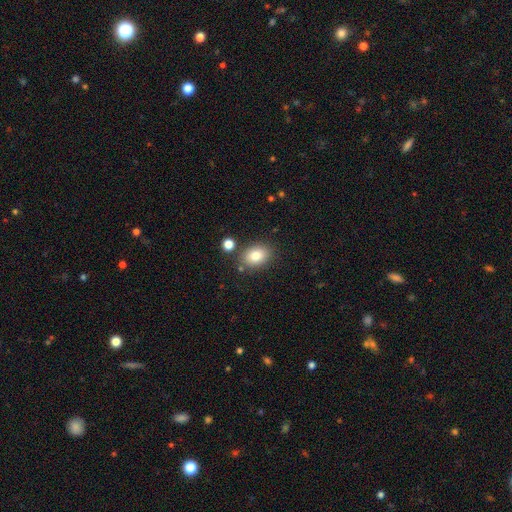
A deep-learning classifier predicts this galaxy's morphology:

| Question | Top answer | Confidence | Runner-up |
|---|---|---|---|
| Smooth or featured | smooth | 81% | star or artifact (9%) |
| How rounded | in between | 71% | round (27%) |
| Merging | none | 80% | minor disturbance (11%) |